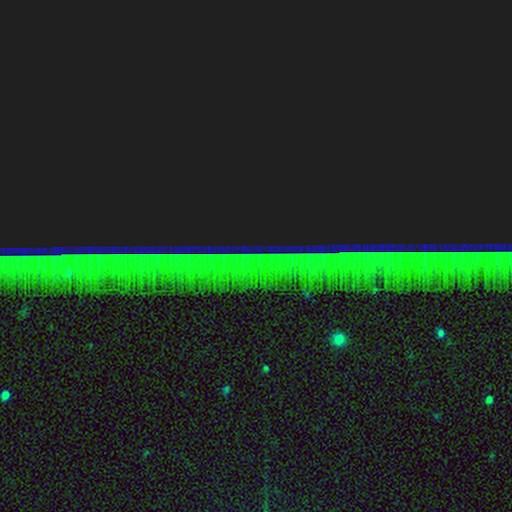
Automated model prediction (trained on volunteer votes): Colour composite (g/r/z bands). It shows a star or artifact, not a galaxy (87%).